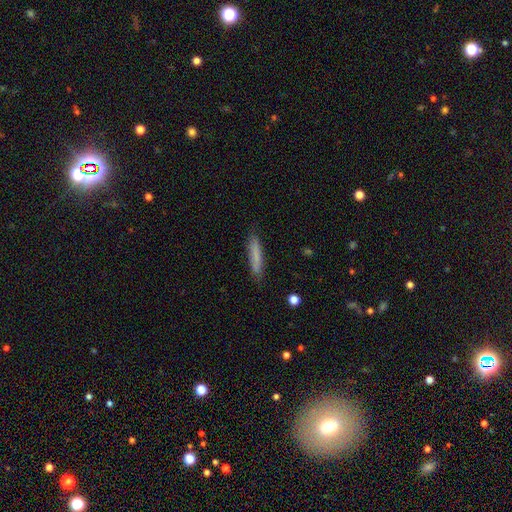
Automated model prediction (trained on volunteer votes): A smooth galaxy with no disk features (77%) that is cigar-shaped (90%).

Vote fractions:
- Smooth or featured? smooth: 77% / featured or disk: 17% / star or artifact: 7%
- How rounded? cigar-shaped: 90% / in between: 9% / round: 1%
- Merging? none: 84% / minor disturbance: 12% / major disturbance: 3% / merger: 1%